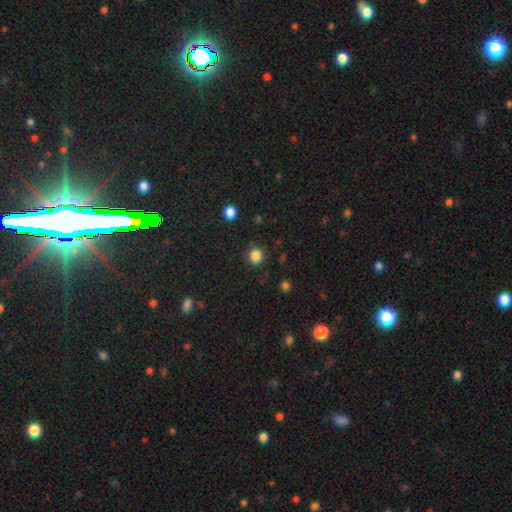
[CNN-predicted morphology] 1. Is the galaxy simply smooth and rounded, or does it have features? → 84% smooth, 12% star or artifact, 3% featured or disk.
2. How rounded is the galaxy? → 89% round, 10% in between, 1% cigar-shaped.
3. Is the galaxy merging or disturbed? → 87% none, 9% minor disturbance, 3% major disturbance, 1% merger.